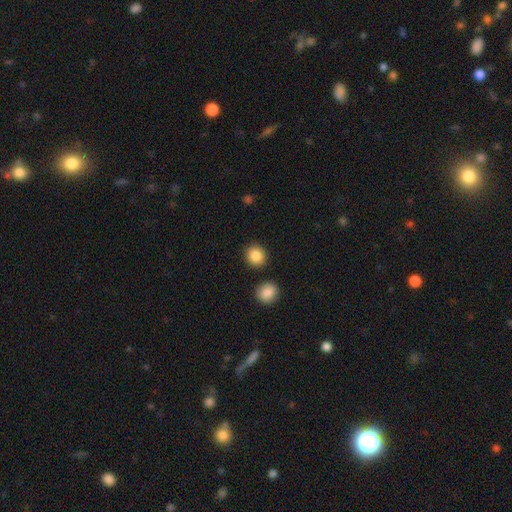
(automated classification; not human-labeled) This appears to be a smooth galaxy with no disk features (87%) that is round (87%). Merging: none (88%).